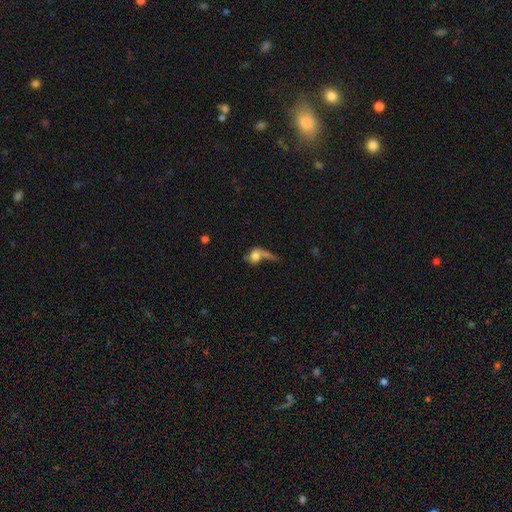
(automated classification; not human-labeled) This appears to be a smooth galaxy with no disk features (58%) that is round (58%). Merging: merger (34%).